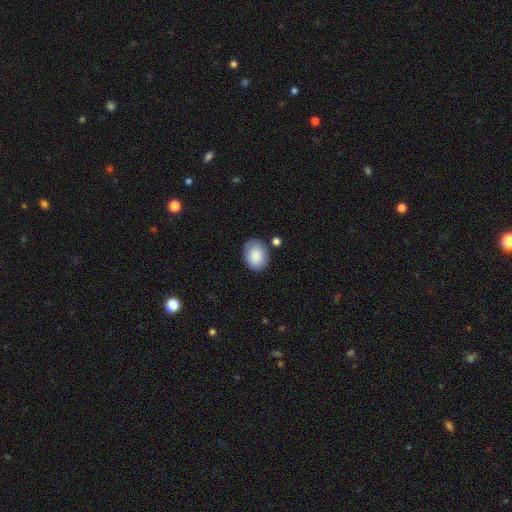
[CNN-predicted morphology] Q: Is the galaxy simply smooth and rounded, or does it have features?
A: smooth — 88%.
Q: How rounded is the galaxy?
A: in between — 63%.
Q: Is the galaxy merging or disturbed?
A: none — 80%.